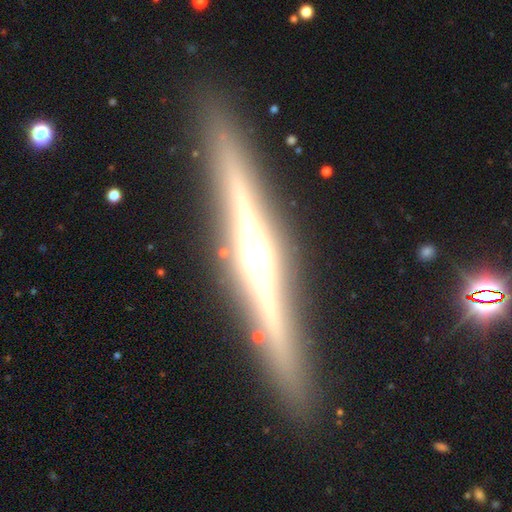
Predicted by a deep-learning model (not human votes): Overall: featured or disk (84%). Edge-on disk: yes (98%). Edge-on bulge: rounded (80%). Merging: none (91%).